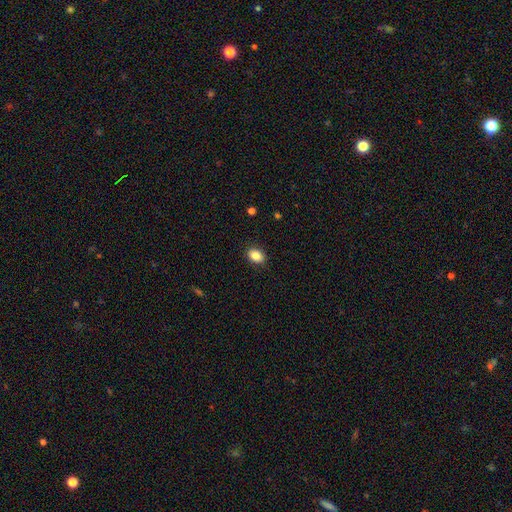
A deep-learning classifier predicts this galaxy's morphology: smooth-or-featured: smooth: 87% | star or artifact: 9% | featured or disk: 5%
  how-rounded: in between: 74% | round: 25% | cigar-shaped: 1%
  merging: none: 89% | minor disturbance: 8% | major disturbance: 2% | merger: 1%